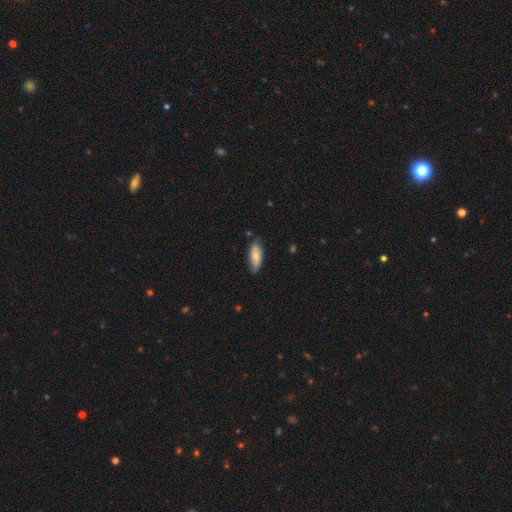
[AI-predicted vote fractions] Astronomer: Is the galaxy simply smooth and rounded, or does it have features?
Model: smooth — 69%.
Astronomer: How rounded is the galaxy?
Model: in between — 78%.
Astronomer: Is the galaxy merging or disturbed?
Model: none — 75%.